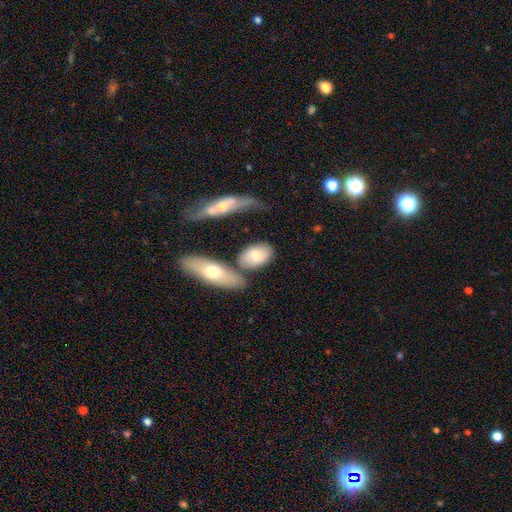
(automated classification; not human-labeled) Smooth or featured: smooth — 73% (featured or disk — 21%)
How rounded: in between — 86% (round — 9%)
Merging: none — 62% (minor disturbance — 18%)